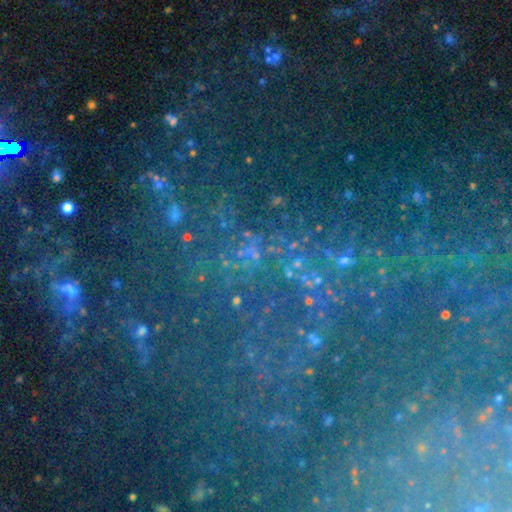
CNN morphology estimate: A star or artifact, not a galaxy (74%).